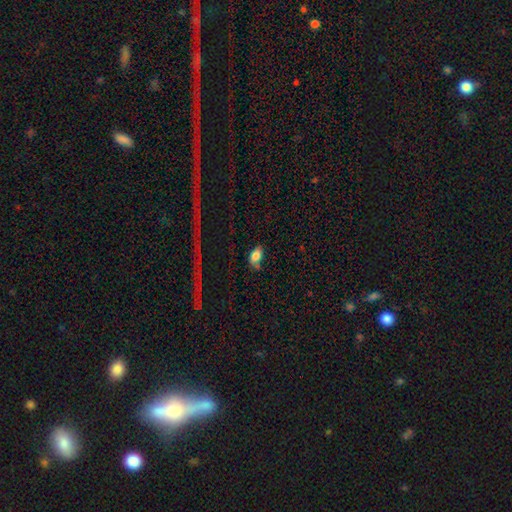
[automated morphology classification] A smooth galaxy with no disk features (78%) that is in between round and cigar-shaped (90%). Merging: none (63%).